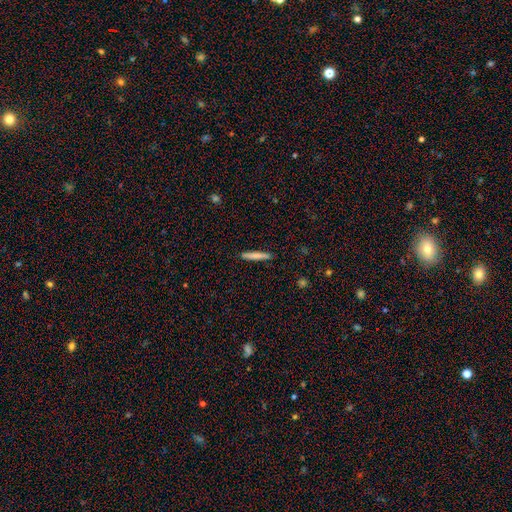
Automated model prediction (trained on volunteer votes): smooth_or_featured: smooth (p=0.77) [alt: featured or disk p=0.17]
how_rounded: cigar-shaped (p=0.94) [alt: in between p=0.04]
merging: none (p=0.90) [alt: minor disturbance p=0.07]